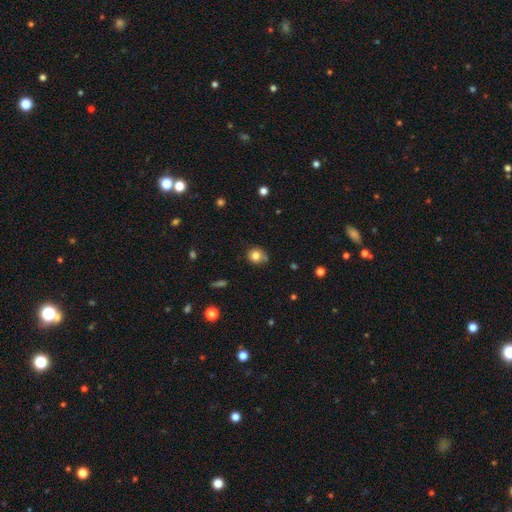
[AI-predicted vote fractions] This appears to be a smooth galaxy with no disk features (79%) that is round (80%). Merging: none (66%).